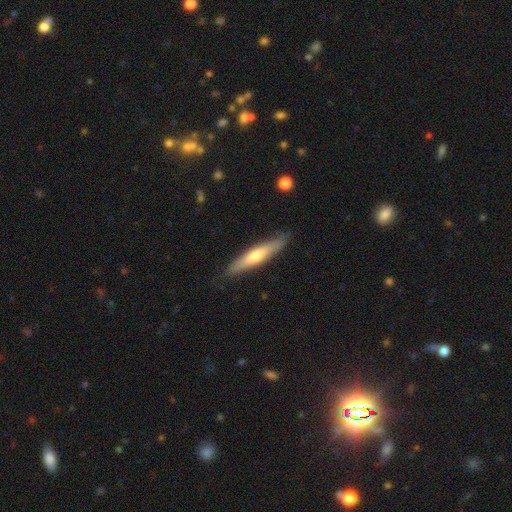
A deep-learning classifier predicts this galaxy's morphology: Smooth or featured: smooth — 51% (featured or disk — 44%)
How rounded: cigar-shaped — 87% (in between — 11%)
Merging: none — 85% (minor disturbance — 12%)